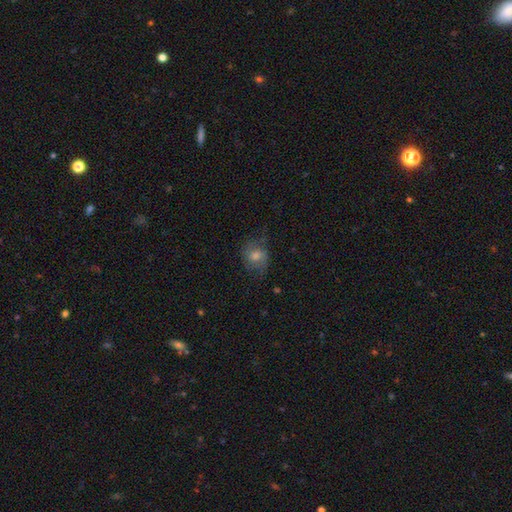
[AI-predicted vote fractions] This appears to be a smooth galaxy with no disk features (51%) that is round (59%). Merging: none (62%).